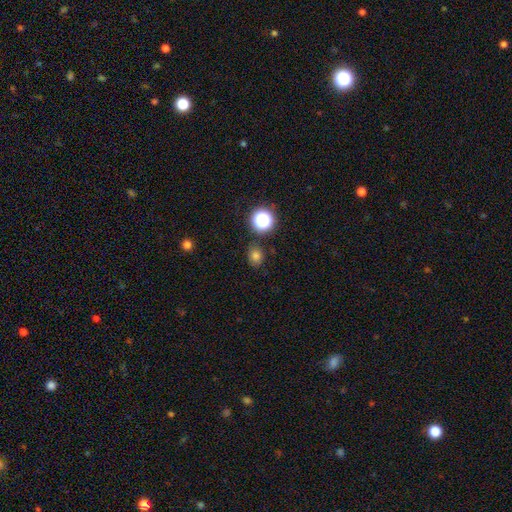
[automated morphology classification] Q: Smooth or featured?
A: smooth (76%); runner-up: star or artifact (18%)
Q: How rounded?
A: round (67%); runner-up: in between (32%)
Q: Merging?
A: none (82%); runner-up: minor disturbance (11%)